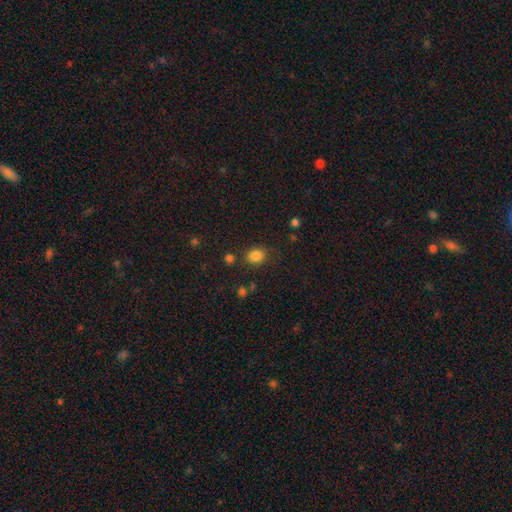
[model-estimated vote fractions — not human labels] Smooth or featured: smooth — 83% (star or artifact — 12%)
How rounded: round — 63% (in between — 37%)
Merging: none — 78% (minor disturbance — 13%)